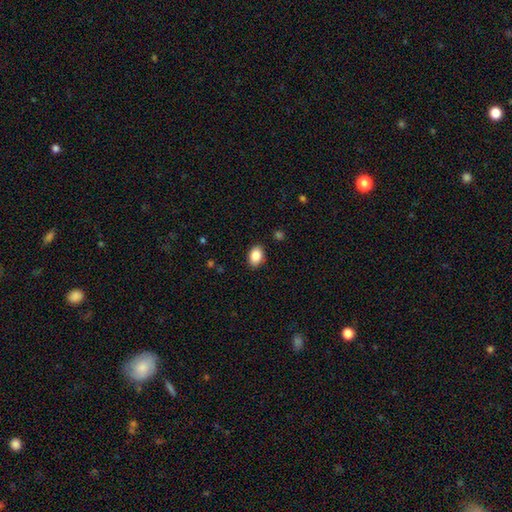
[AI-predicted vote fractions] Smooth or featured? Predicted: smooth (p=0.87). How rounded? Predicted: in between (p=0.81). Merging? Predicted: none (p=0.88).